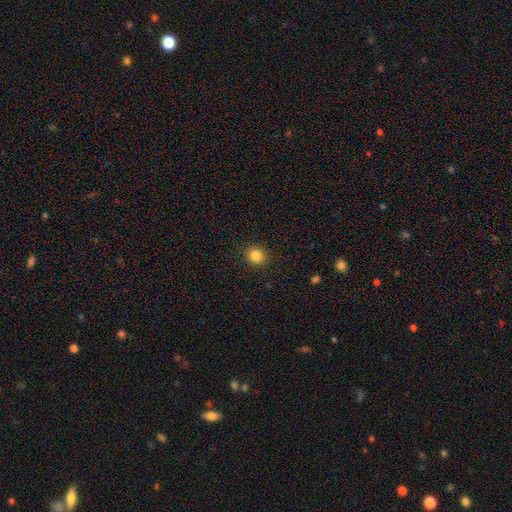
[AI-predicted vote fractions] This appears to be a smooth galaxy with no disk features (84%) that is round (83%). Merging: none (91%).